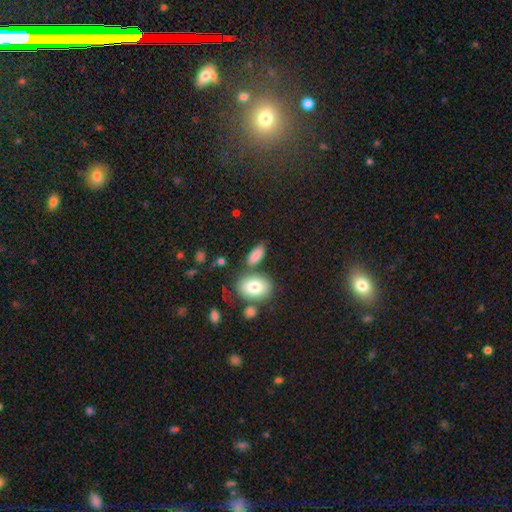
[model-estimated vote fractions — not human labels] Overall: smooth (84%). How rounded: in between (86%). Merging: none (66%).